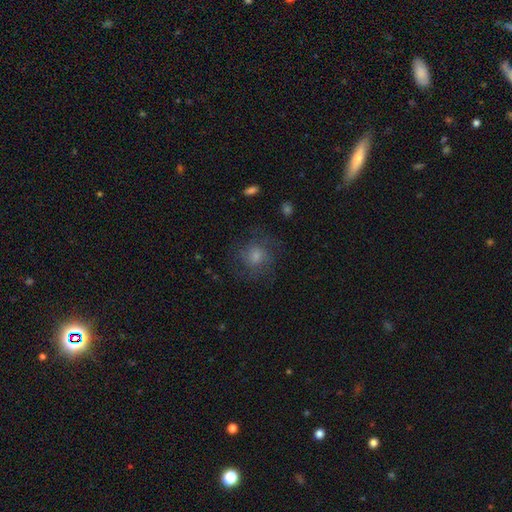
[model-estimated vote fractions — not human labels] Smooth or featured? Predicted: featured or disk (p=0.44). Merging? Predicted: none (p=0.73).